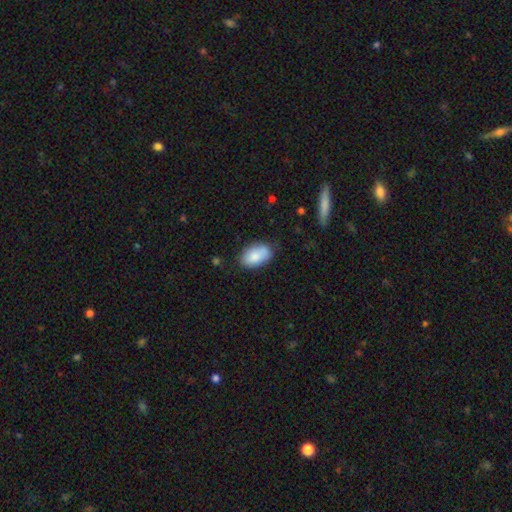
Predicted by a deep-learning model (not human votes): Overall: smooth (84%). How rounded: in between (93%). Merging: none (73%).